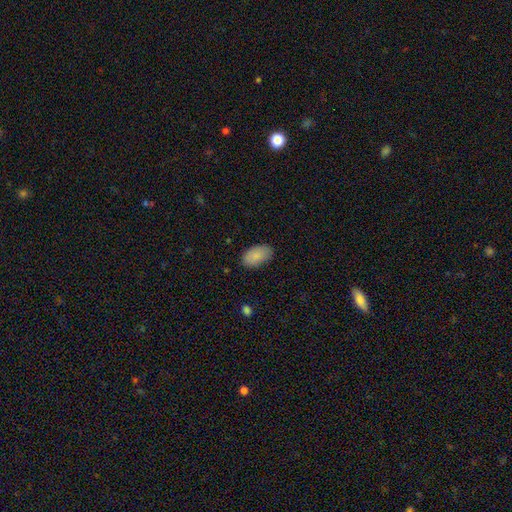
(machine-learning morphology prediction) smooth-or-featured: smooth: 87% | star or artifact: 6% | featured or disk: 6%
  how-rounded: in between: 94% | round: 4% | cigar-shaped: 2%
  merging: none: 82% | minor disturbance: 14% | major disturbance: 3% | merger: 1%